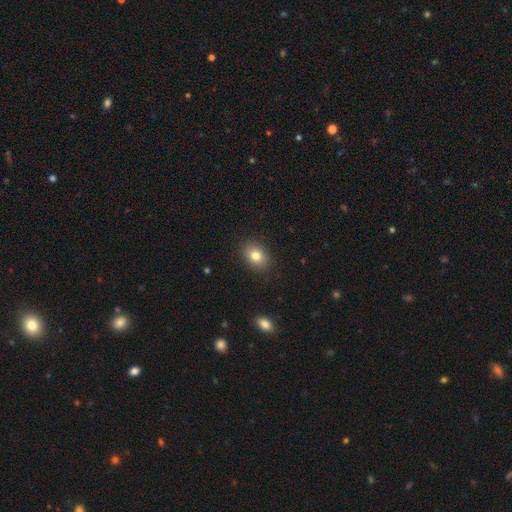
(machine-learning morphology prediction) Q: Smooth or featured?
A: smooth (80%); runner-up: star or artifact (10%)
Q: How rounded?
A: in between (62%); runner-up: round (37%)
Q: Merging?
A: none (88%); runner-up: minor disturbance (8%)